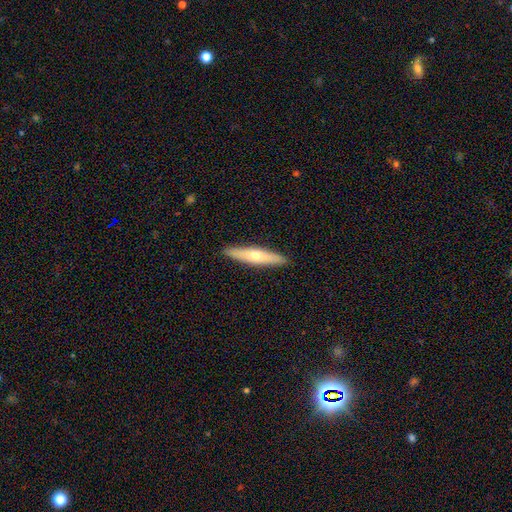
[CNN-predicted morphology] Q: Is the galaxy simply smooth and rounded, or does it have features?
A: featured or disk — 50%.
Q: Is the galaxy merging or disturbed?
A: none — 91%.